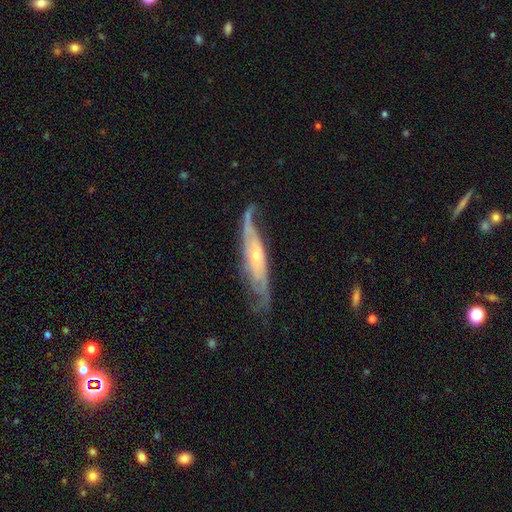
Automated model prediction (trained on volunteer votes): Smooth or featured?
  - featured or disk: 81% *
  - smooth: 14%
  - star or artifact: 5%
Edge-on disk?
  - no: 67% *
  - yes: 33%
Bar?
  - no: 67% *
  - weak: 23%
  - strong: 10%
Spiral arms?
  - yes: 92% *
  - no: 8%
Bulge size?
  - small: 70% *
  - moderate: 25%
  - none: 2%
  - large: 2%
  - dominant: 1%
Merging?
  - none: 60% *
  - minor disturbance: 22%
  - major disturbance: 15%
  - merger: 3%